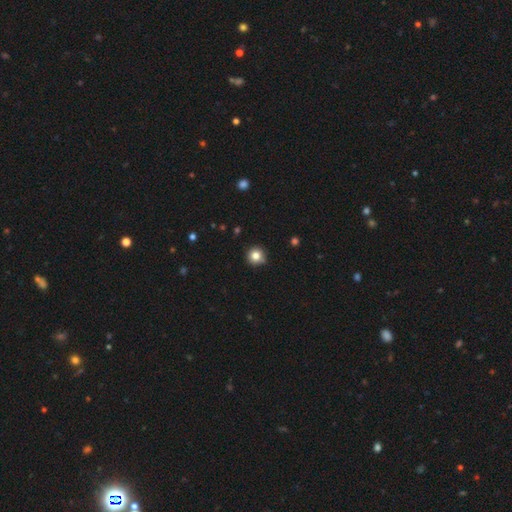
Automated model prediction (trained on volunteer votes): Morphology: type=smooth (82%); roundness=round (94%); merging=none (88%).